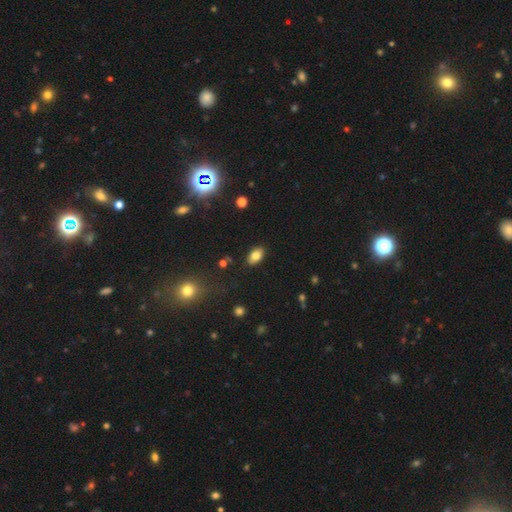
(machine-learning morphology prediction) The model was most divided on "smooth or featured": smooth: 80%, star or artifact: 11%, featured or disk: 9%. More confident: how rounded — in between (91%); merging — none (86%).